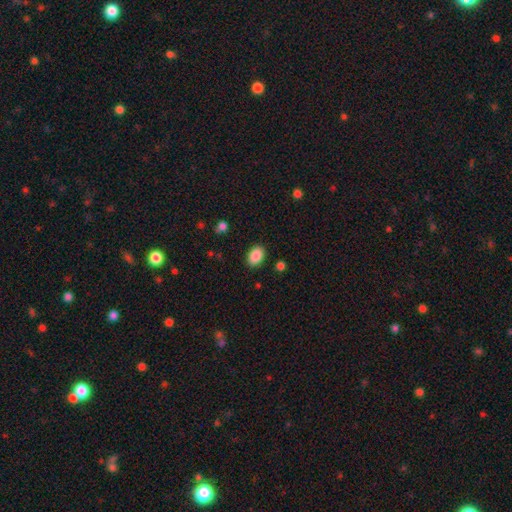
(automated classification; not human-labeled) Q: Smooth or featured?
A: smooth (88%); runner-up: star or artifact (8%)
Q: How rounded?
A: in between (84%); runner-up: round (15%)
Q: Merging?
A: none (88%); runner-up: minor disturbance (8%)